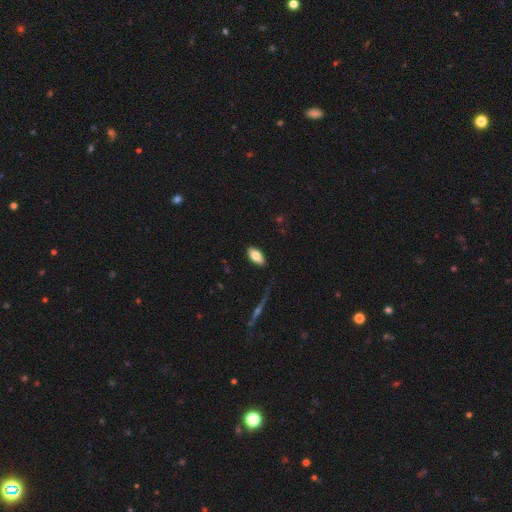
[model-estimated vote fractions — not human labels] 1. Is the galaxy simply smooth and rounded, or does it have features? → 76% smooth, 17% featured or disk, 7% star or artifact.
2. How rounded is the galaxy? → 88% in between, 10% cigar-shaped, 3% round.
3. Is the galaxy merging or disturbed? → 87% none, 10% minor disturbance, 2% major disturbance, 1% merger.